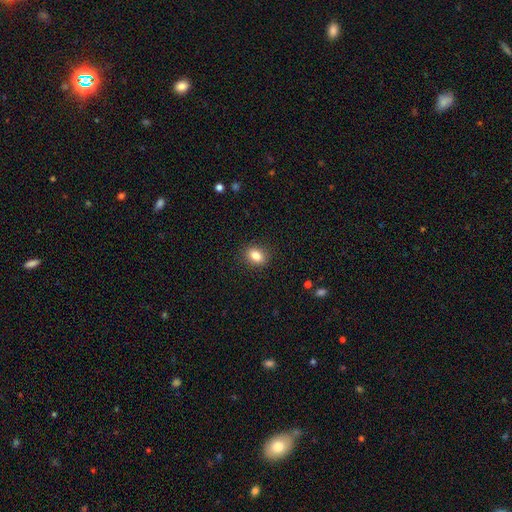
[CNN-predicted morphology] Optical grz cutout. It shows a smooth galaxy with no disk features (84%) that is in between round and cigar-shaped (68%). Merging: none (89%).